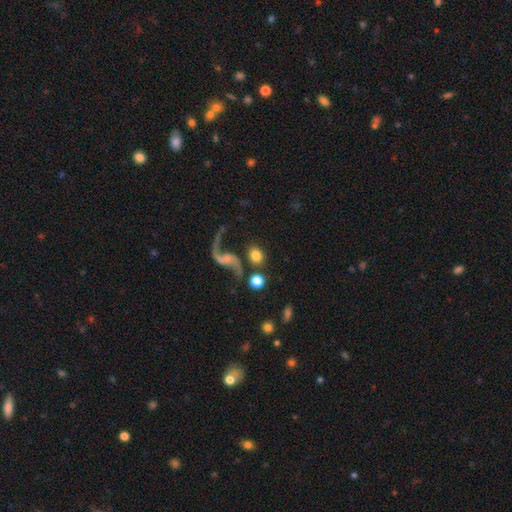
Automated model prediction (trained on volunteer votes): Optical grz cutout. It shows a smooth galaxy with no disk features (61%) that is round (73%). Merging: none (62%).